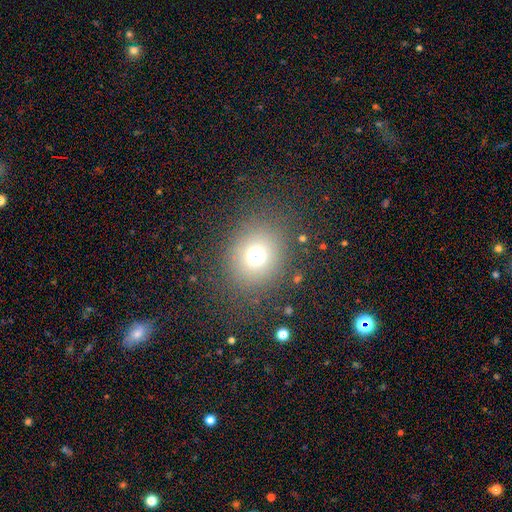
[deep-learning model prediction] Q: Smooth or featured?
A: smooth (69%); runner-up: star or artifact (20%)
Q: How rounded?
A: round (71%); runner-up: in between (28%)
Q: Merging?
A: none (78%); runner-up: minor disturbance (11%)